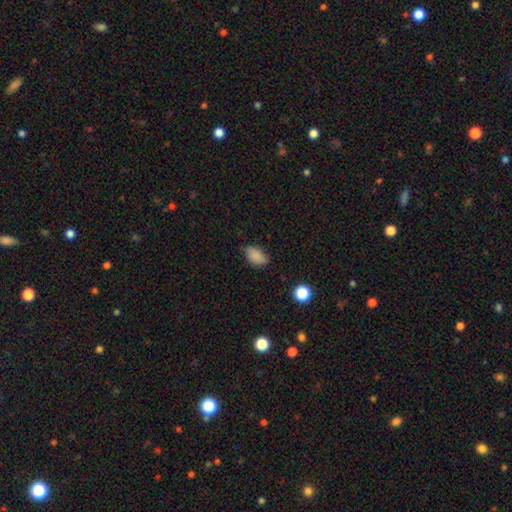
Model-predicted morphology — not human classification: This is clearly a smooth galaxy (84%). How rounded: clearly in between (88%). Merging: likely none (67%).